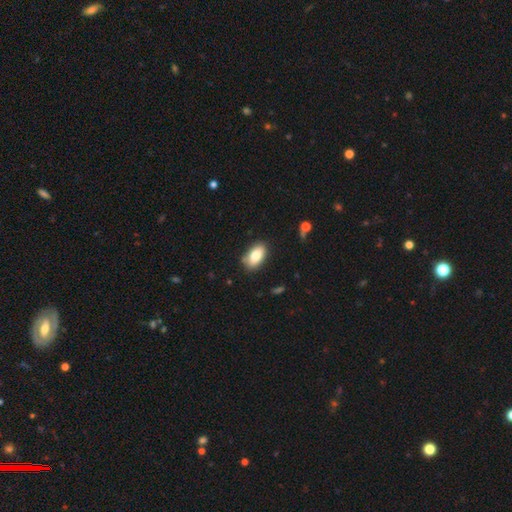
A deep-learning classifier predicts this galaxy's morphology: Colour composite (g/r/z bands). It shows a smooth galaxy with no disk features (81%) that is in between round and cigar-shaped (92%). Merging: none (81%).